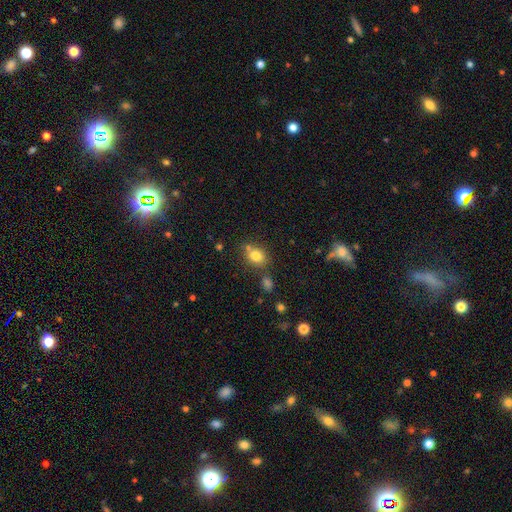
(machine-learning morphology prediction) A smooth galaxy with no disk features (79%) that is in between round and cigar-shaped (58%).

Vote fractions:
- Smooth or featured? smooth: 79% / star or artifact: 11% / featured or disk: 10%
- How rounded? in between: 58% / round: 41% / cigar-shaped: 1%
- Merging? none: 66% / minor disturbance: 15% / merger: 14% / major disturbance: 5%